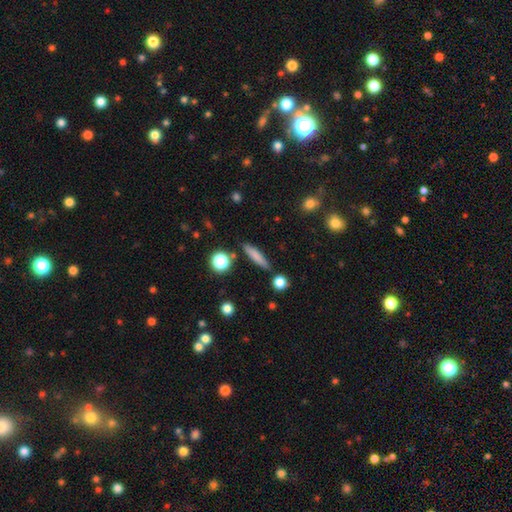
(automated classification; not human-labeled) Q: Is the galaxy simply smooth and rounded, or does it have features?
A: smooth — 76%.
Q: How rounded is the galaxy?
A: cigar-shaped — 84%.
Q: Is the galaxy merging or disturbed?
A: none — 85%.